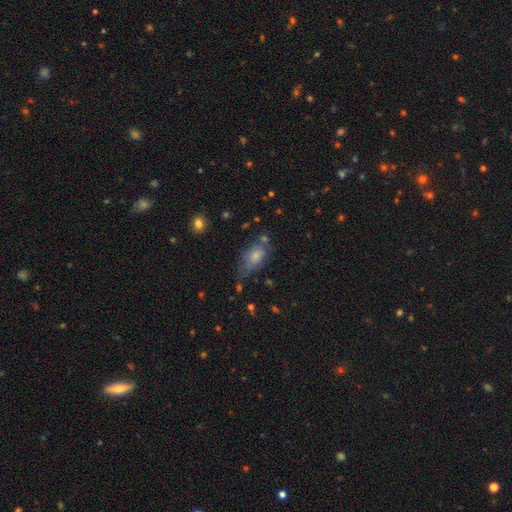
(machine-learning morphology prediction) A smooth galaxy with no disk features (62%) that is in between round and cigar-shaped (82%).

Vote fractions:
- Smooth or featured? smooth: 62% / featured or disk: 22% / star or artifact: 16%
- How rounded? in between: 82% / round: 11% / cigar-shaped: 7%
- Merging? none: 56% / minor disturbance: 27% / major disturbance: 11% / merger: 7%